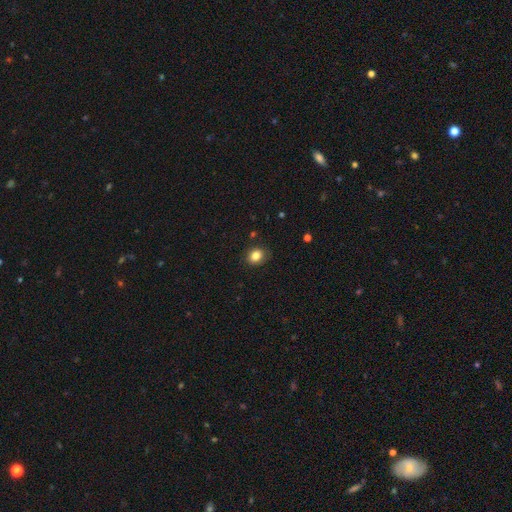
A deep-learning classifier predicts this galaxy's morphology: Q: Smooth or featured?
A: smooth (83%); runner-up: star or artifact (10%)
Q: How rounded?
A: round (61%); runner-up: in between (39%)
Q: Merging?
A: none (85%); runner-up: minor disturbance (11%)